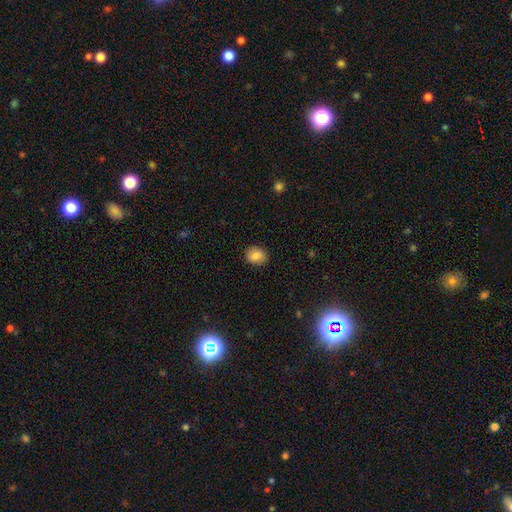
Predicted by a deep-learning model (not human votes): Smooth or featured? smooth (84%)
How rounded? round (61%)
Merging? none (88%)